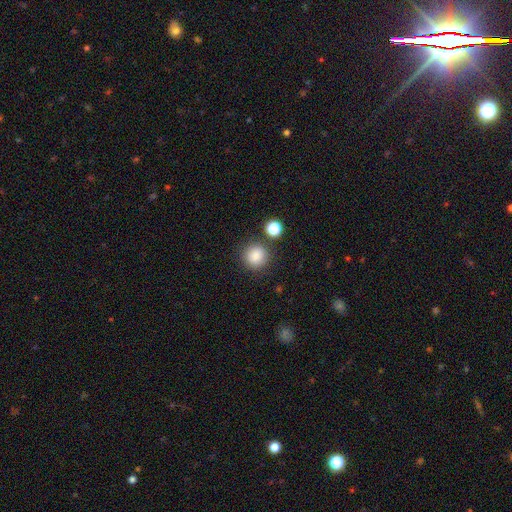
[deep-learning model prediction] Morphology: type=smooth (86%); roundness=round (91%); merging=none (83%).